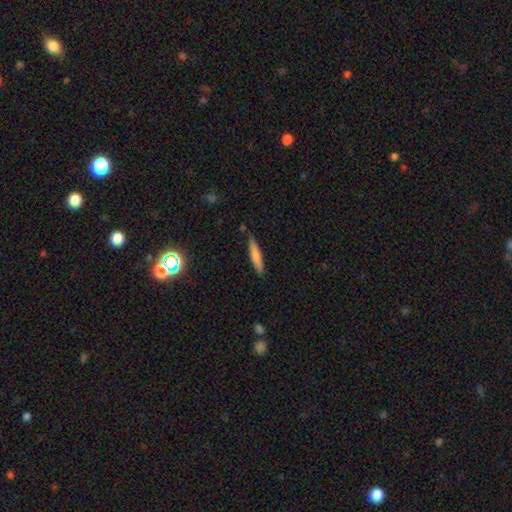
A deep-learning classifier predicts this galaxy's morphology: Overall: smooth (77%). How rounded: cigar-shaped (88%). Merging: none (84%).